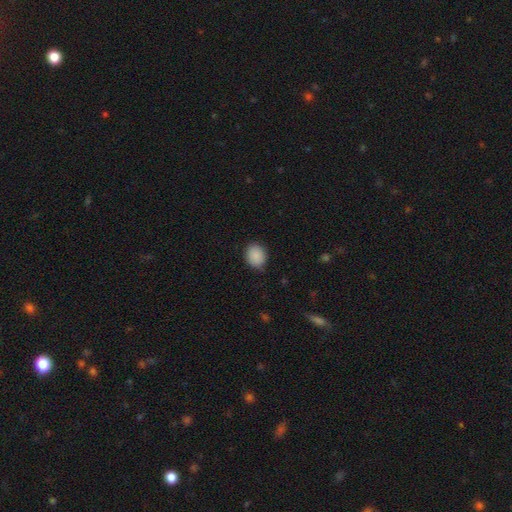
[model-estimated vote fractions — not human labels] Smooth or featured?
  - smooth: 89% *
  - star or artifact: 8%
  - featured or disk: 3%
How rounded?
  - round: 57% *
  - in between: 42%
  - cigar-shaped: 1%
Merging?
  - none: 83% *
  - minor disturbance: 13%
  - major disturbance: 3%
  - merger: 1%